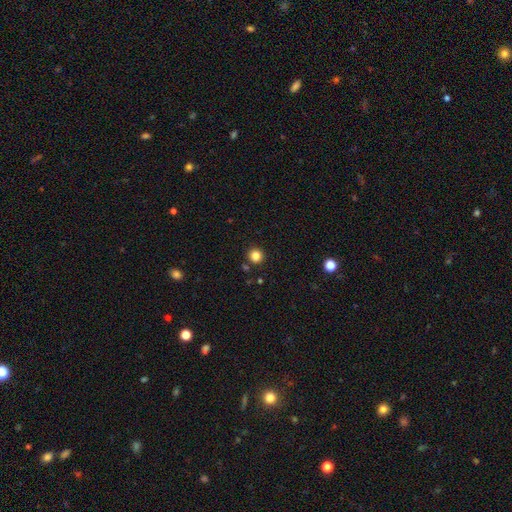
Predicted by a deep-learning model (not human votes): Morphology: type=smooth (84%); roundness=round (94%); merging=none (89%).